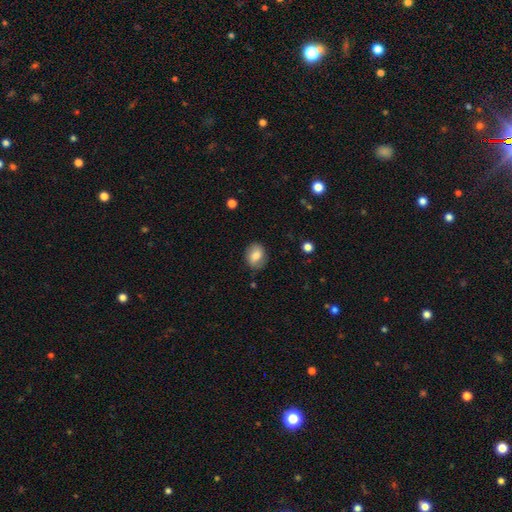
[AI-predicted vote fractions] smooth_or_featured: smooth (p=0.77) [alt: featured or disk p=0.15]
how_rounded: in between (p=0.56) [alt: round p=0.43]
merging: none (p=0.81) [alt: minor disturbance p=0.14]